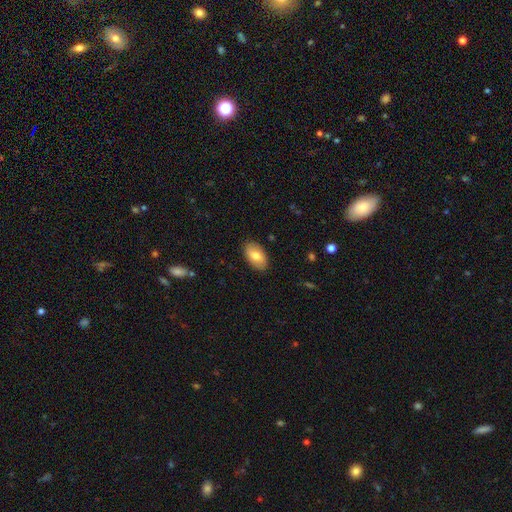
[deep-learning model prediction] Smooth or featured: smooth — 75% (featured or disk — 18%)
How rounded: in between — 94% (round — 4%)
Merging: none — 87% (minor disturbance — 10%)